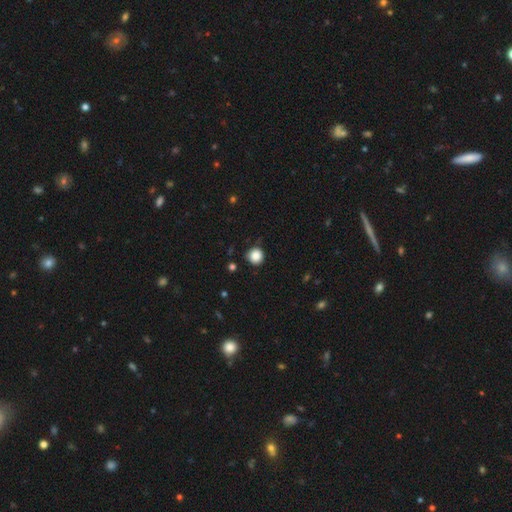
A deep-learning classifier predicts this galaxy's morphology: smooth_or_featured: smooth (p=0.86) [alt: star or artifact p=0.10]
how_rounded: round (p=0.93) [alt: in between p=0.06]
merging: none (p=0.82) [alt: minor disturbance p=0.13]